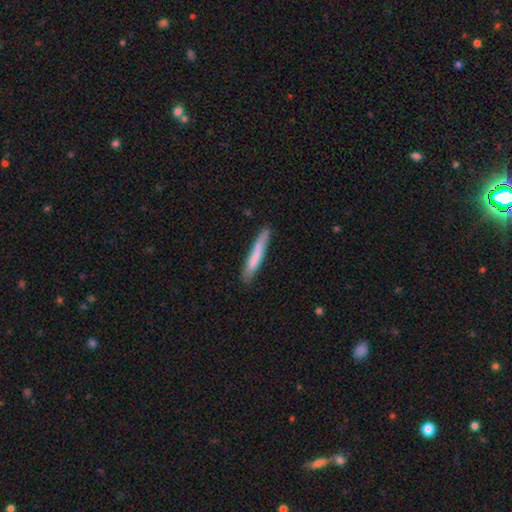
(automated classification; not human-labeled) This is likely a smooth galaxy (73%). How rounded: clearly cigar-shaped (95%). Merging: clearly none (81%).